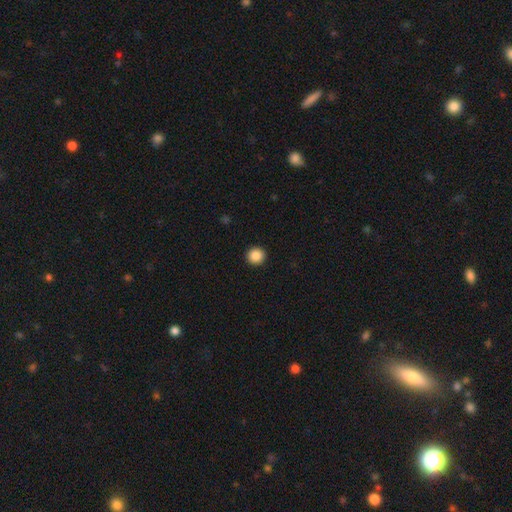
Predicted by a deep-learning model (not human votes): Smooth or featured? smooth (87%)
How rounded? round (96%)
Merging? none (94%)